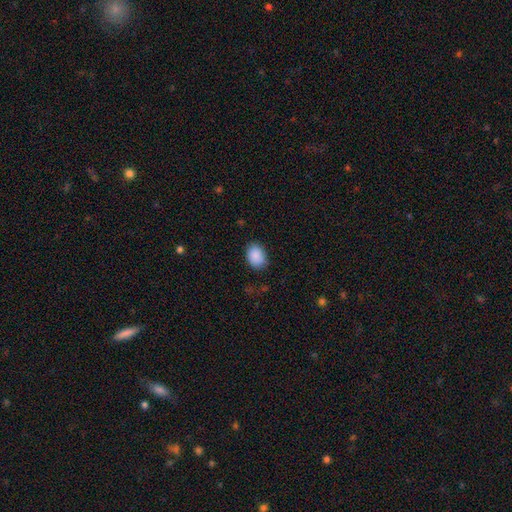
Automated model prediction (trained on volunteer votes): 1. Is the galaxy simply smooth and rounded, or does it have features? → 90% smooth, 7% star or artifact, 3% featured or disk.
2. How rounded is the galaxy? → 69% in between, 30% round, 1% cigar-shaped.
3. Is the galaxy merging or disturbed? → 82% none, 14% minor disturbance, 3% major disturbance, 1% merger.